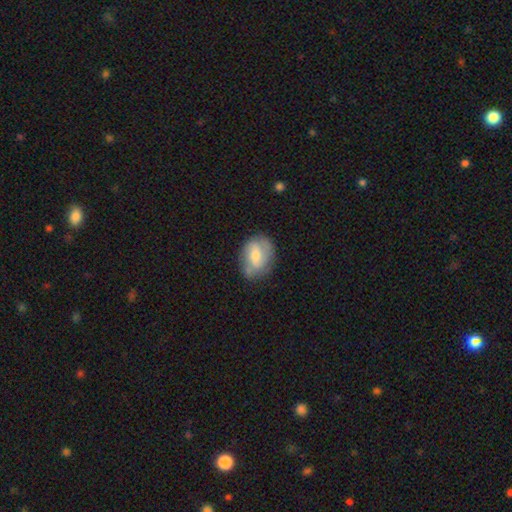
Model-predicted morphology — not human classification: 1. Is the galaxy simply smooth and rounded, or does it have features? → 51% smooth, 42% featured or disk, 7% star or artifact.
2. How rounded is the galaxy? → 67% in between, 31% round, 2% cigar-shaped.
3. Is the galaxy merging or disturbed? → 65% none, 25% minor disturbance, 7% major disturbance, 3% merger.